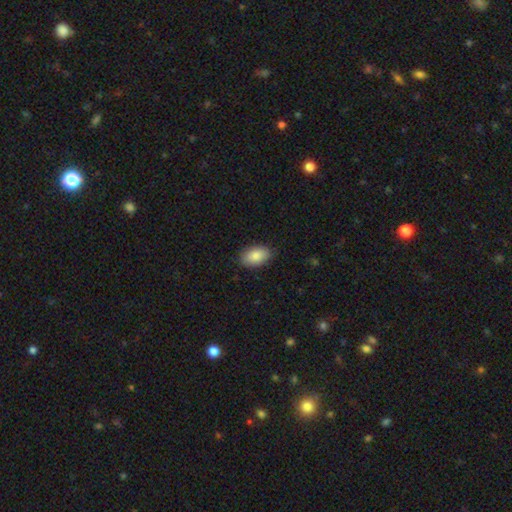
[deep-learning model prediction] Q: Smooth or featured?
A: smooth (86%); runner-up: featured or disk (8%)
Q: How rounded?
A: in between (92%); runner-up: round (7%)
Q: Merging?
A: none (87%); runner-up: minor disturbance (10%)